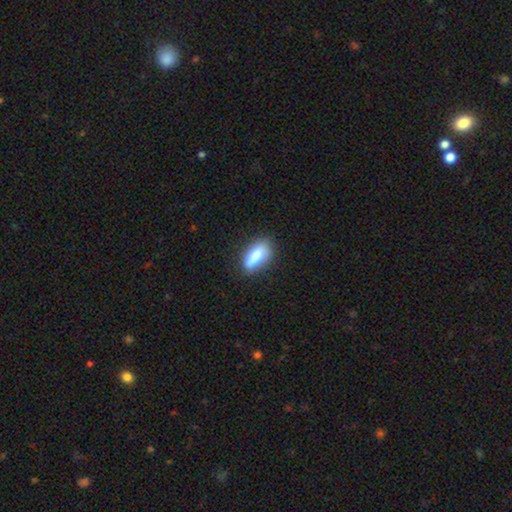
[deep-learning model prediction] smooth_or_featured: smooth (p=0.79) [alt: featured or disk p=0.13]
how_rounded: in between (p=0.77) [alt: cigar-shaped p=0.20]
merging: none (p=0.73) [alt: minor disturbance p=0.20]